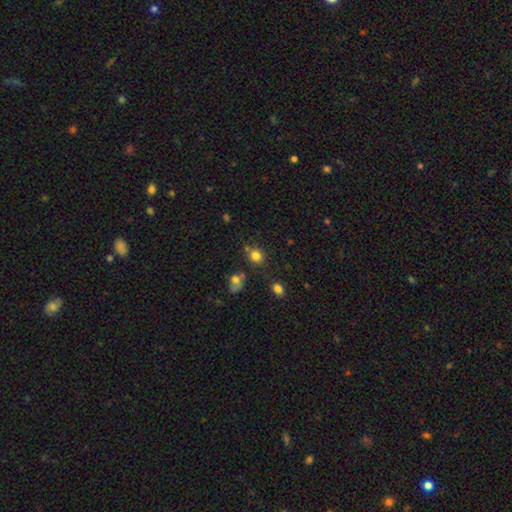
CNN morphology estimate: This is likely a smooth galaxy (79%). How rounded: likely round (78%). Merging: likely none (72%).